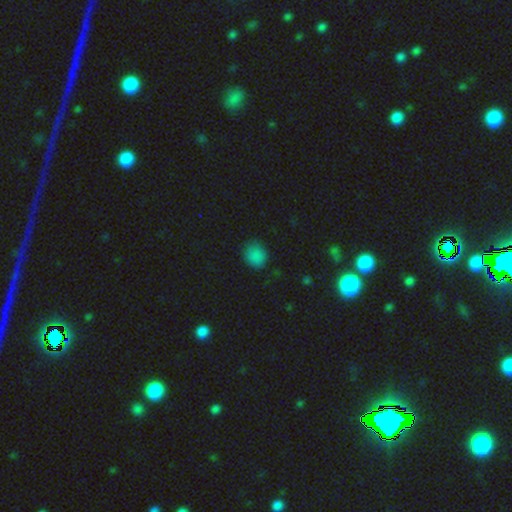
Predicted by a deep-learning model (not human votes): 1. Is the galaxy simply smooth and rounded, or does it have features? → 80% smooth, 15% star or artifact, 5% featured or disk.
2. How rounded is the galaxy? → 77% round, 22% in between, 1% cigar-shaped.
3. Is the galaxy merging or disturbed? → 79% none, 16% minor disturbance, 4% major disturbance, 1% merger.